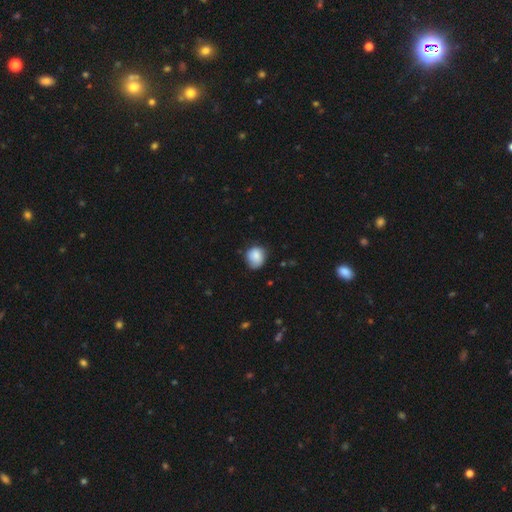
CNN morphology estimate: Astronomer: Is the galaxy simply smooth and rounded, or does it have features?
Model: smooth — 84%.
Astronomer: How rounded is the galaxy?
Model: round — 69%.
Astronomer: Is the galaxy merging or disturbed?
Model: none — 65%.